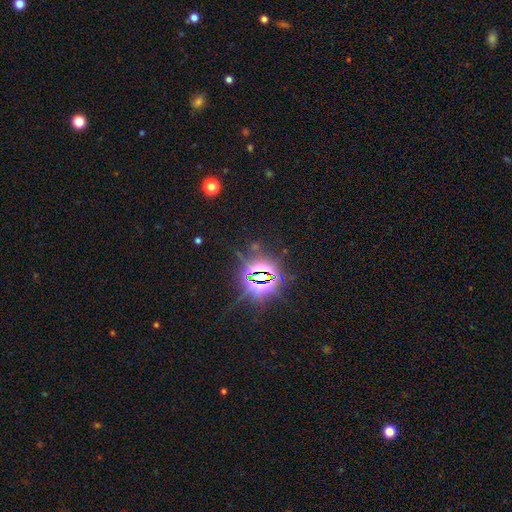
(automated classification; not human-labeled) Overall: star or artifact (86%).